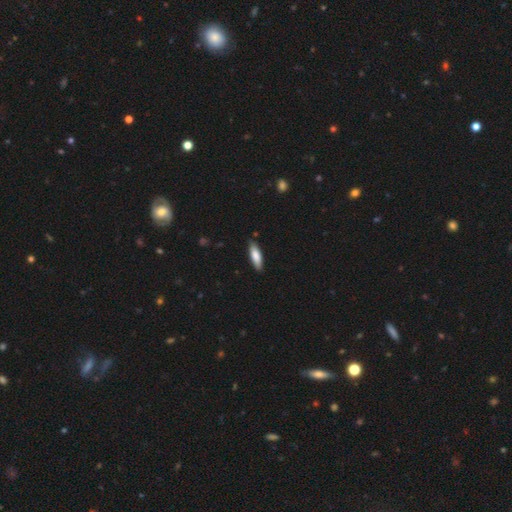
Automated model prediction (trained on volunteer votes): A smooth galaxy with no disk features (80%) that is cigar-shaped (52%).

Vote fractions:
- Smooth or featured? smooth: 80% / featured or disk: 15% / star or artifact: 5%
- How rounded? cigar-shaped: 52% / in between: 47% / round: 2%
- Merging? none: 85% / minor disturbance: 12% / major disturbance: 2% / merger: 1%